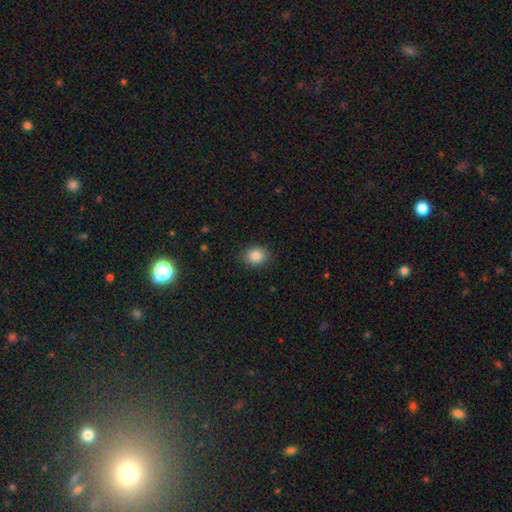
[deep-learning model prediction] smooth_or_featured: smooth (p=0.86) [alt: star or artifact p=0.09]
how_rounded: round (p=0.54) [alt: in between p=0.45]
merging: none (p=0.88) [alt: minor disturbance p=0.08]